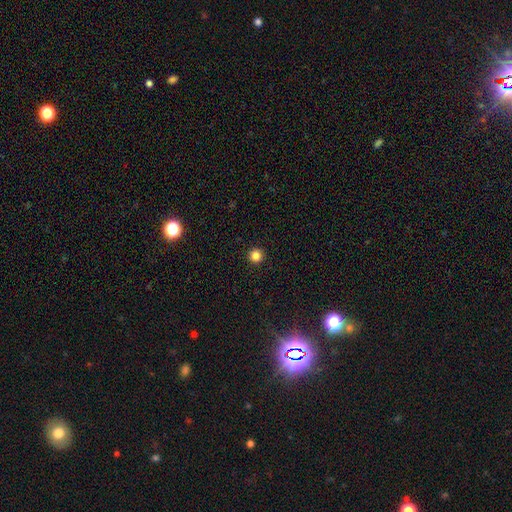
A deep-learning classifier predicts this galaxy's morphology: smooth_or_featured: smooth (p=0.84) [alt: star or artifact p=0.13]
how_rounded: round (p=0.96) [alt: in between p=0.03]
merging: none (p=0.94) [alt: minor disturbance p=0.04]